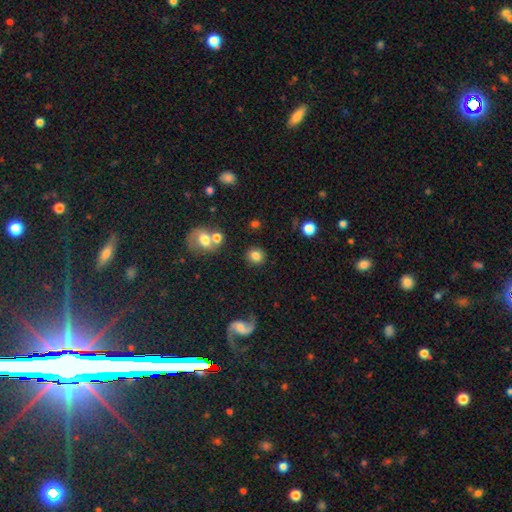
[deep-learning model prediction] smooth 80%, star or artifact 11%, featured or disk 9%. Down the decision tree: how rounded — round (87%); merging — none (83%).